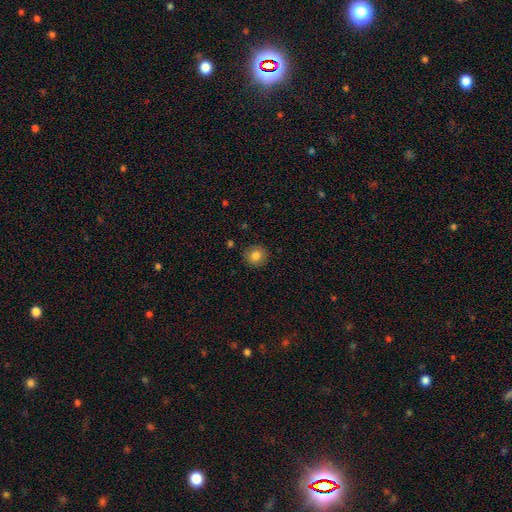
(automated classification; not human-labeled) Smooth or featured: smooth — 83% (star or artifact — 10%)
How rounded: round — 92% (in between — 7%)
Merging: none — 90% (minor disturbance — 7%)